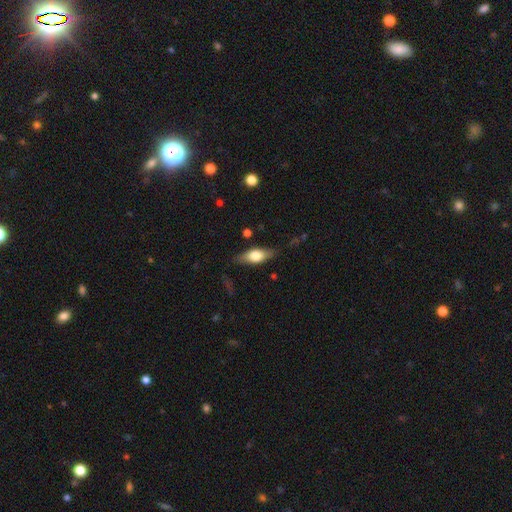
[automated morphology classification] Overall: smooth (55%; featured or disk 38%). How rounded: in between (69%). Merging: none (78%).